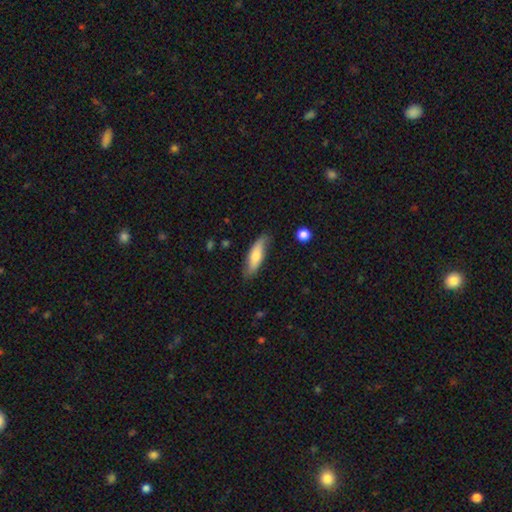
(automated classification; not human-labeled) Morphology: type=smooth (64%); roundness=cigar-shaped (54%); merging=none (75%).